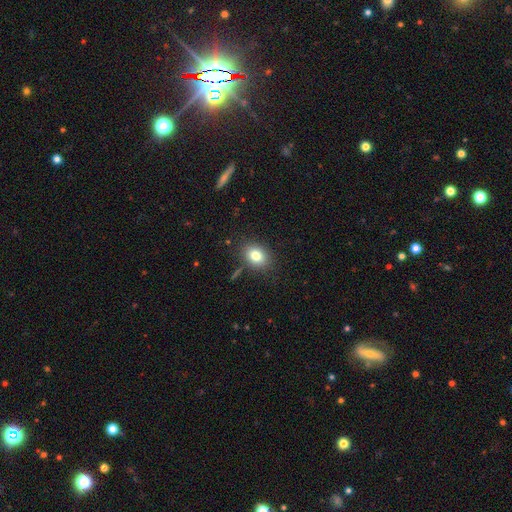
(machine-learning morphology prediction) Q: Smooth or featured?
A: smooth (79%); runner-up: star or artifact (11%)
Q: How rounded?
A: in between (60%); runner-up: round (39%)
Q: Merging?
A: none (82%); runner-up: minor disturbance (11%)